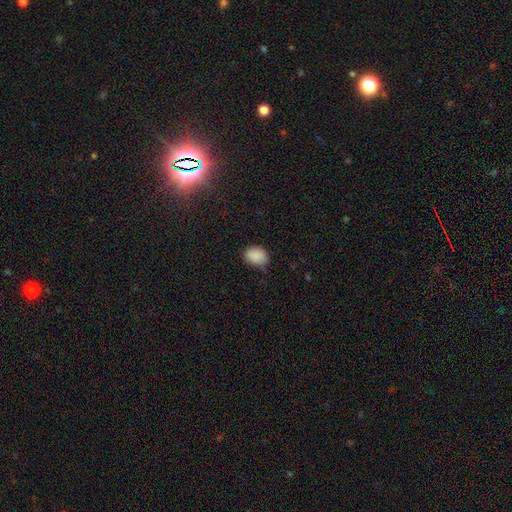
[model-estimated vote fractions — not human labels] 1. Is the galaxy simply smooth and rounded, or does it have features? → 88% smooth, 8% star or artifact, 4% featured or disk.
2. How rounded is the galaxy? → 69% in between, 31% round, 1% cigar-shaped.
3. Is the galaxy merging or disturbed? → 68% none, 25% minor disturbance, 5% major disturbance, 1% merger.